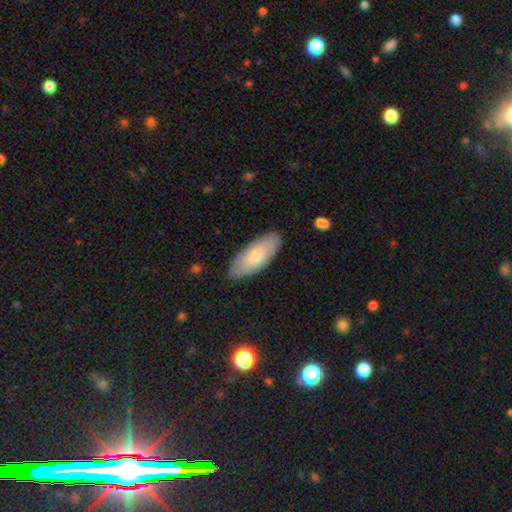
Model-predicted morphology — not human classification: smooth-or-featured: smooth: 69% | featured or disk: 26% | star or artifact: 5%
  how-rounded: in between: 84% | cigar-shaped: 14% | round: 2%
  merging: none: 85% | minor disturbance: 11% | major disturbance: 2% | merger: 1%